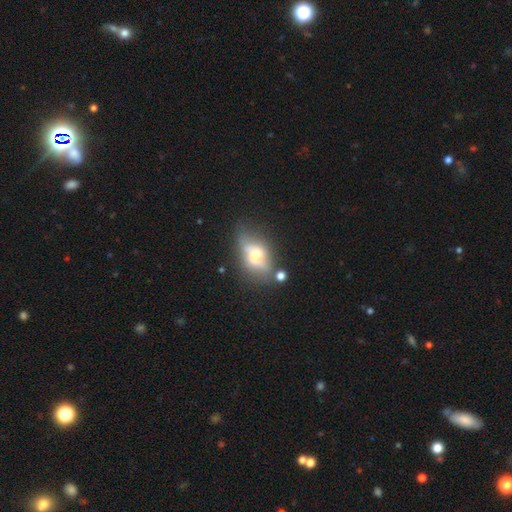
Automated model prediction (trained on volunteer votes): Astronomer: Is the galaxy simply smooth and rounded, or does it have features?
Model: featured or disk — 55% (runner-up: smooth, 36%).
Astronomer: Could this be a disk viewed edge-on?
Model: yes — 57% (runner-up: no, 43%).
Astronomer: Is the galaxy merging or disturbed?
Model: none — 63%.